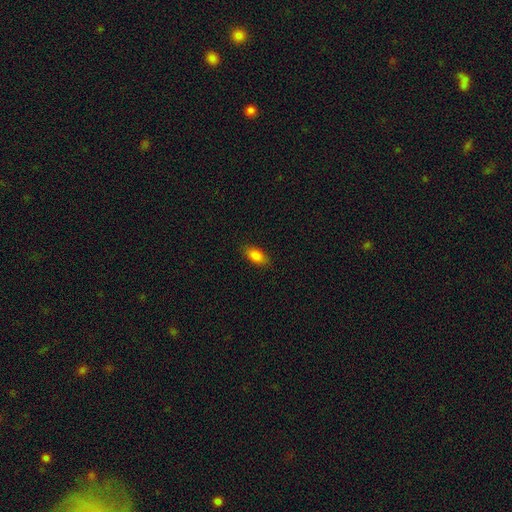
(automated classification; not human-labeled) Q: Smooth or featured?
A: smooth (85%); runner-up: star or artifact (8%)
Q: How rounded?
A: in between (89%); runner-up: cigar-shaped (8%)
Q: Merging?
A: none (86%); runner-up: minor disturbance (11%)